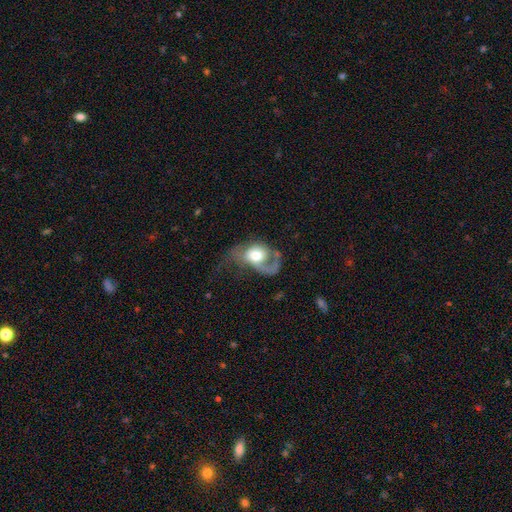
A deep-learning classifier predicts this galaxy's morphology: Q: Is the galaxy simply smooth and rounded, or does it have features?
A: featured or disk — 57%.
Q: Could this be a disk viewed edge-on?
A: no — 96%.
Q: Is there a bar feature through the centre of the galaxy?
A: no — 75%.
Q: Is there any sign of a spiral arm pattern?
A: yes — 70%.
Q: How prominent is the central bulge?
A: moderate — 54%.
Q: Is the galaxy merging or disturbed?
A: major disturbance — 55%.